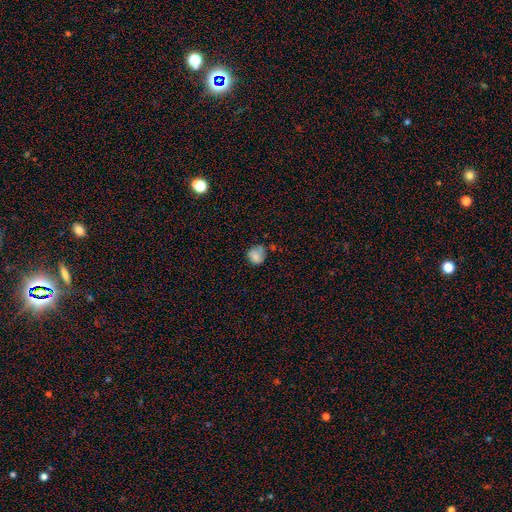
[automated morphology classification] Smooth or featured?
  - smooth: 77% *
  - featured or disk: 12%
  - star or artifact: 10%
How rounded?
  - round: 76% *
  - in between: 23%
  - cigar-shaped: 1%
Merging?
  - none: 56% *
  - minor disturbance: 29%
  - major disturbance: 9%
  - merger: 6%